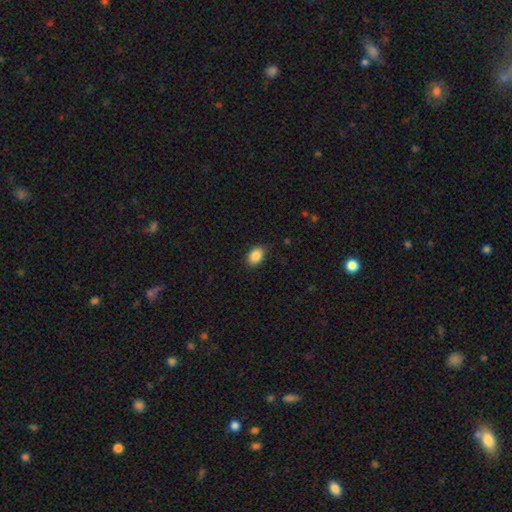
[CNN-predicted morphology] smooth_or_featured: smooth (p=0.88) [alt: star or artifact p=0.08]
how_rounded: in between (p=0.81) [alt: round p=0.18]
merging: none (p=0.84) [alt: minor disturbance p=0.13]